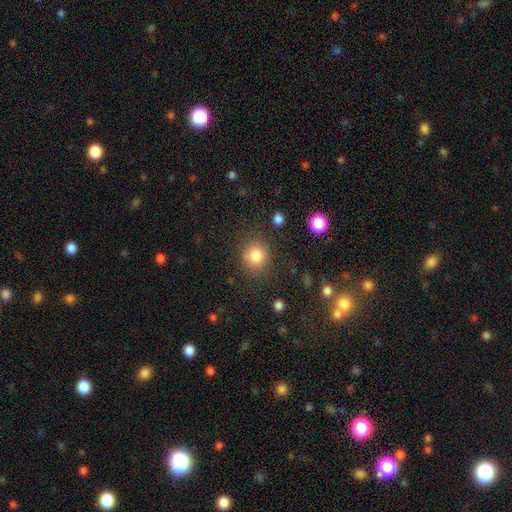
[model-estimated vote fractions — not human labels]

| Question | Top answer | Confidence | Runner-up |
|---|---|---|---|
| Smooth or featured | smooth | 83% | star or artifact (11%) |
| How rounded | round | 80% | in between (19%) |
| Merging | none | 82% | minor disturbance (11%) |